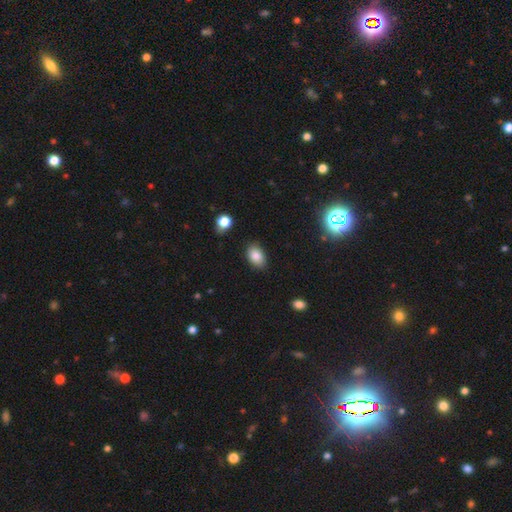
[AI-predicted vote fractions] This appears to be a smooth galaxy with no disk features (85%) that is in between round and cigar-shaped (88%). Merging: none (81%).